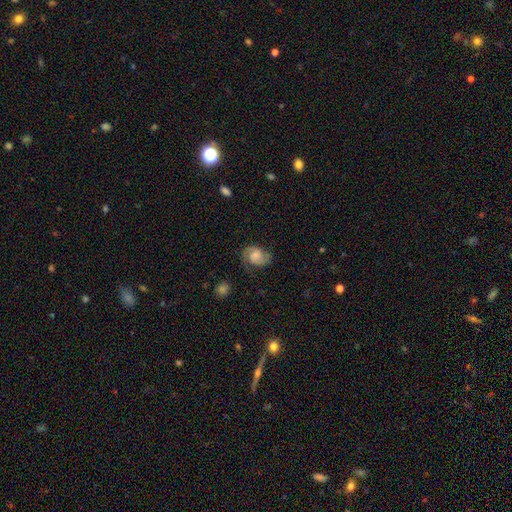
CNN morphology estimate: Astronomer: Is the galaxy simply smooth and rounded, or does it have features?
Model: featured or disk — 56% (runner-up: smooth, 35%).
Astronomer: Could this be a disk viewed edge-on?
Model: no — 97%.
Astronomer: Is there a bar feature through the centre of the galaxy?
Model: no — 58% (runner-up: weak, 35%).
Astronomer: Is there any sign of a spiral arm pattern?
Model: yes — 91%.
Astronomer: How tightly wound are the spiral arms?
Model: medium — 46% (runner-up: tight, 33%).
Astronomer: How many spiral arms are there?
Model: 2 — 81%.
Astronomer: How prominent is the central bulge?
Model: moderate — 34% (runner-up: small, 32%).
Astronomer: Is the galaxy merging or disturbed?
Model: none — 64%.